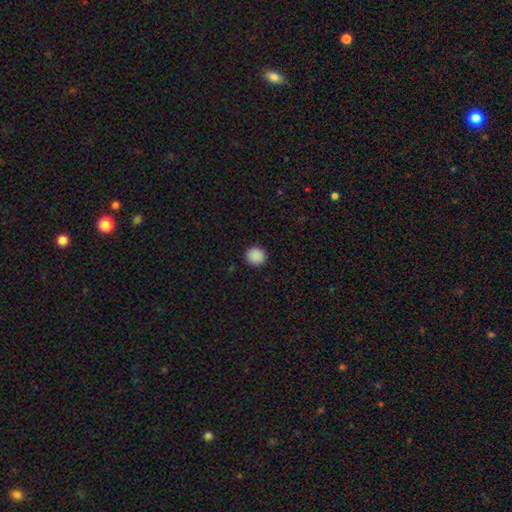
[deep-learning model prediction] Smooth or featured? smooth (89%)
How rounded? round (90%)
Merging? none (92%)